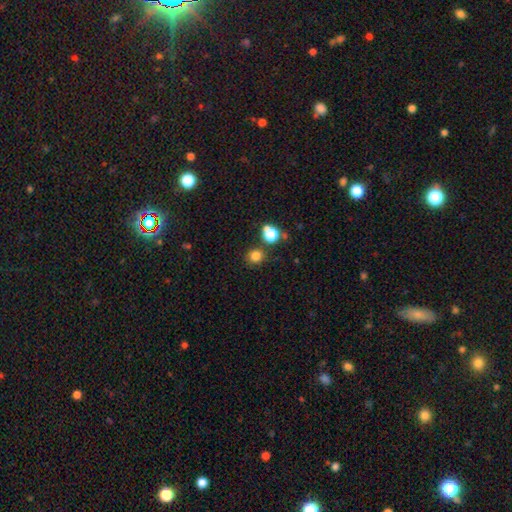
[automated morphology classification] smooth_or_featured: smooth (p=0.78) [alt: star or artifact p=0.17]
how_rounded: round (p=0.90) [alt: in between p=0.09]
merging: none (p=0.79) [alt: merger p=0.09]